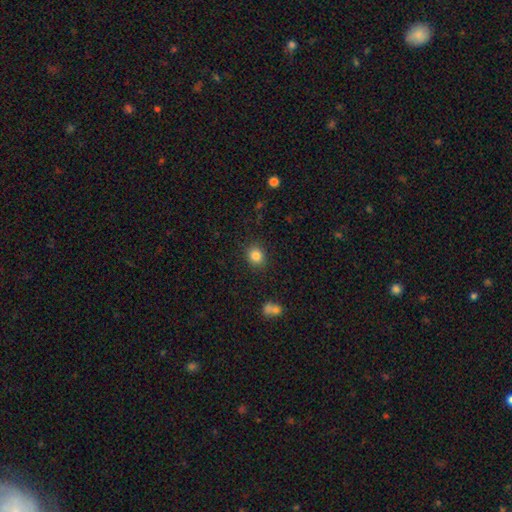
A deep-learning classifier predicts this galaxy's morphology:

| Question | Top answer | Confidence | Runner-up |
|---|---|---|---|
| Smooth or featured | smooth | 83% | star or artifact (11%) |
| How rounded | round | 76% | in between (23%) |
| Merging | none | 88% | minor disturbance (8%) |